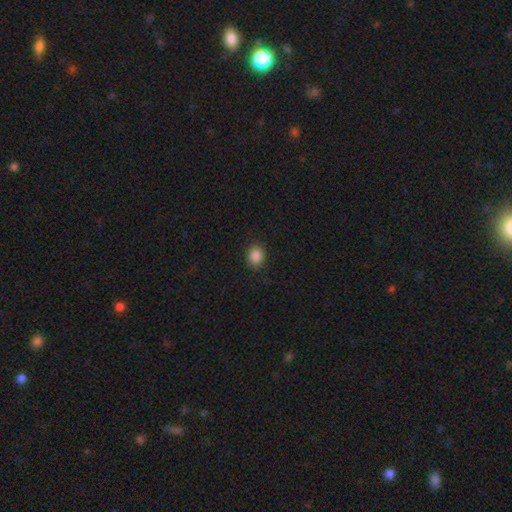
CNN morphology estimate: Q: Smooth or featured?
A: smooth (87%); runner-up: star or artifact (10%)
Q: How rounded?
A: round (55%); runner-up: in between (44%)
Q: Merging?
A: none (88%); runner-up: minor disturbance (8%)